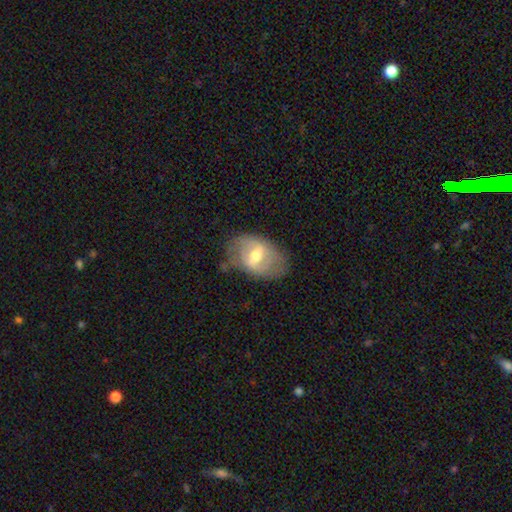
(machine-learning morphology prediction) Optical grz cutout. It shows a featured or disk galaxy (62%) with a weak bar (43%, tied with strong), no spiral arms (53%) and a moderate central bulge (72%). Merging: none (62%).